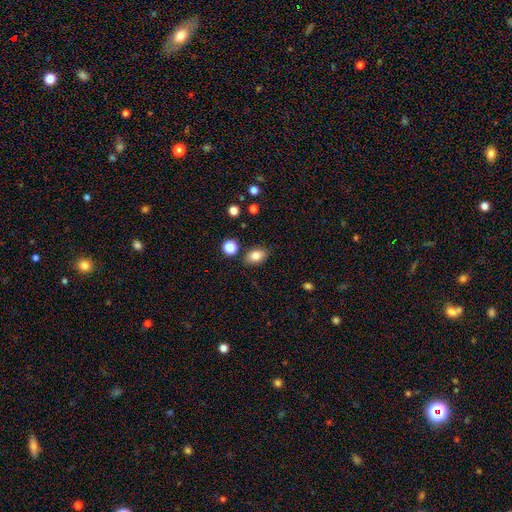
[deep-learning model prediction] smooth 83%, star or artifact 10%, featured or disk 8%. Down the decision tree: how rounded — in between (82%); merging — none (83%).